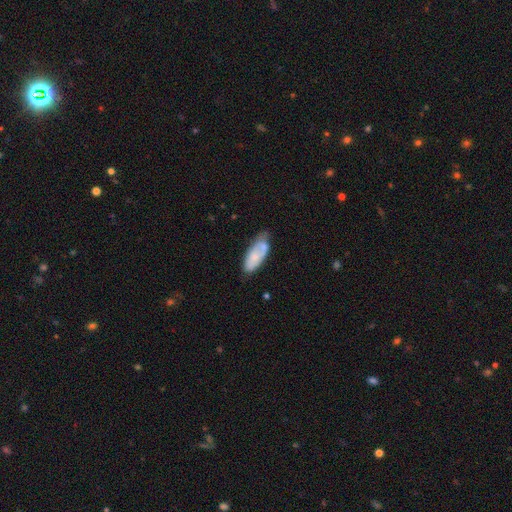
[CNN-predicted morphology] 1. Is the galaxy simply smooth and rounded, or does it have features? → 61% smooth, 33% featured or disk, 7% star or artifact.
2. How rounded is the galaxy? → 82% in between, 16% cigar-shaped, 2% round.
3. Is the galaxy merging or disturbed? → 49% none, 32% minor disturbance, 10% major disturbance, 9% merger.